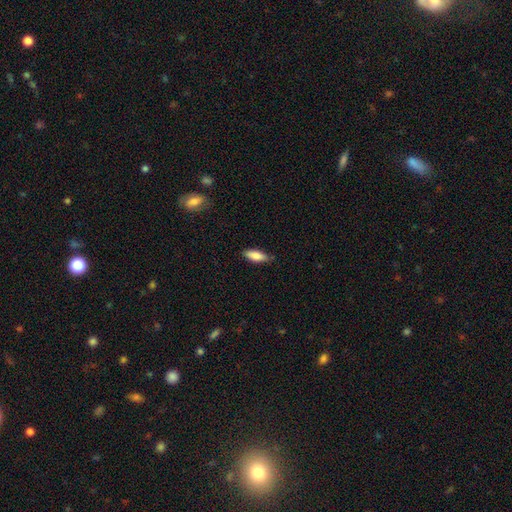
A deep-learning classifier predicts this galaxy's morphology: The model was most divided on "how rounded": in between: 62%, cigar-shaped: 36%, round: 2%. More confident: smooth or featured — smooth (81%); merging — none (80%).